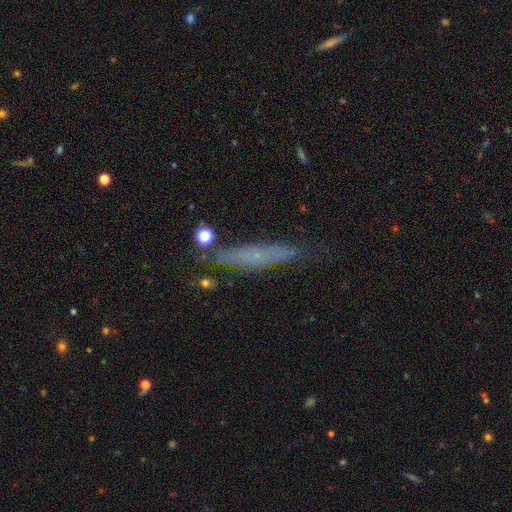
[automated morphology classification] This appears to be a smooth galaxy with no disk features (50%) that is cigar-shaped (87%). Merging: none (71%).